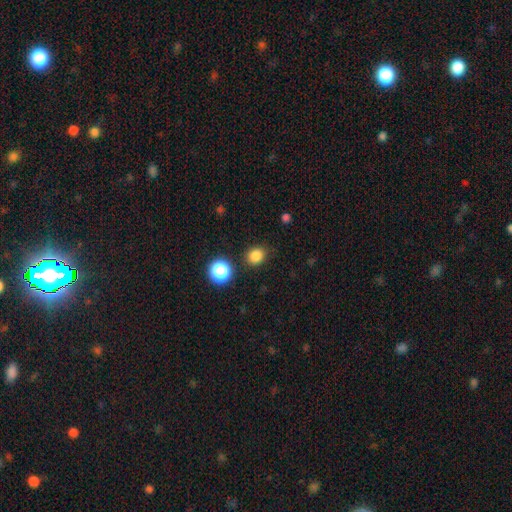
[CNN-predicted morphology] type=smooth (83%); roundness=round (68%); merging=none (83%).